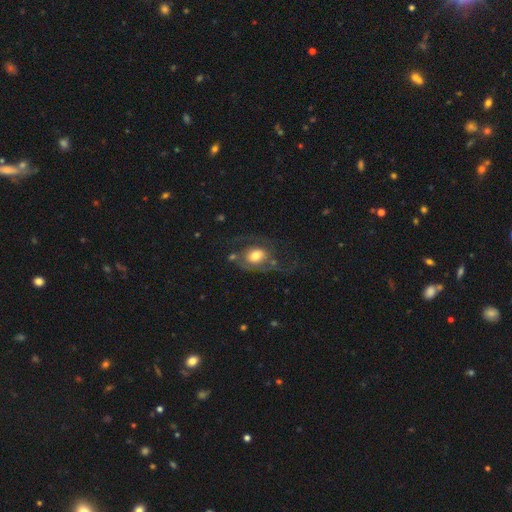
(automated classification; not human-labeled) This appears to be a featured or disk galaxy (58%) with no bar (71%), spiral arms (74%) and a moderate central bulge (54%). Merging: none (41%).